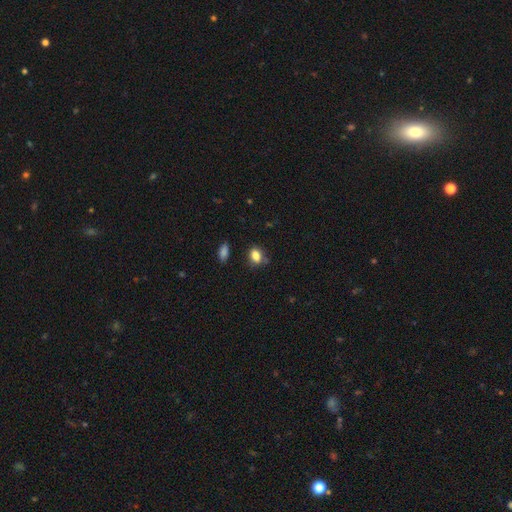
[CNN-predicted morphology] smooth_or_featured: smooth (p=0.83) [alt: star or artifact p=0.10]
how_rounded: in between (p=0.75) [alt: round p=0.23]
merging: none (p=0.68) [alt: minor disturbance p=0.21]